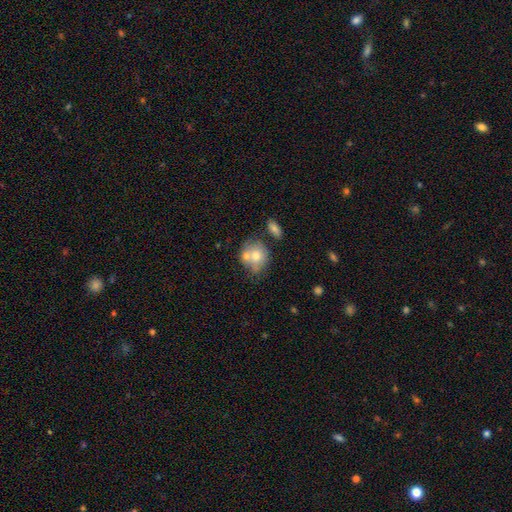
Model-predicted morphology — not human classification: smooth-or-featured: smooth: 67% | featured or disk: 25% | star or artifact: 8%
  how-rounded: round: 69% | in between: 29% | cigar-shaped: 1%
  merging: none: 40% | merger: 39% | minor disturbance: 15% | major disturbance: 6%